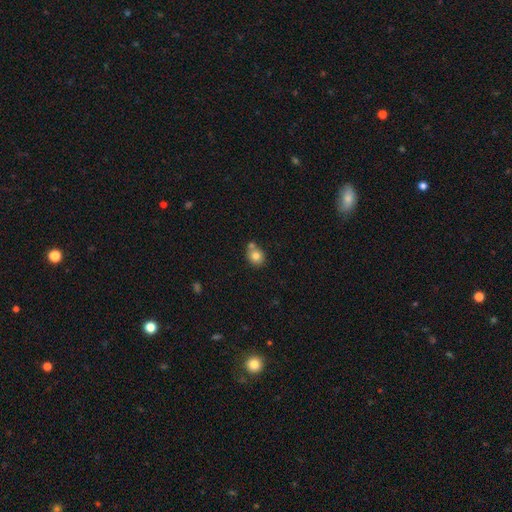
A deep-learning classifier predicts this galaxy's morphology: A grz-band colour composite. It shows a smooth galaxy with no disk features (78%) that is round (70%). Merging: none (52%).